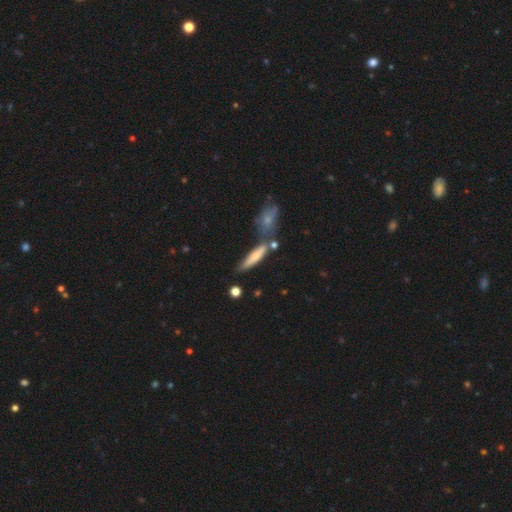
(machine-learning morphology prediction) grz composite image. It shows a smooth galaxy with no disk features (60%) that is cigar-shaped (76%). Merging: none (55%).